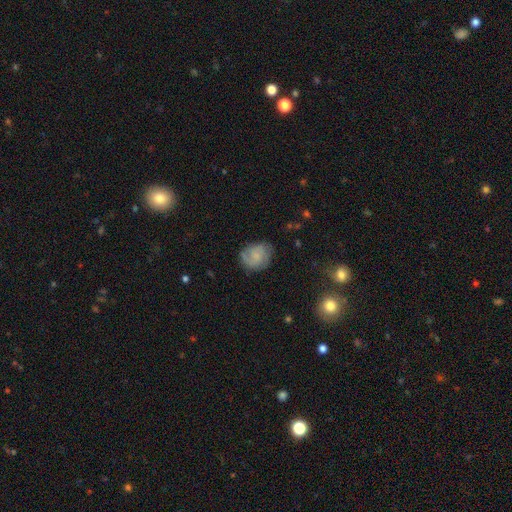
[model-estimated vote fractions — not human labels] smooth-or-featured: featured or disk: 52% | smooth: 40% | star or artifact: 8%
  disk-edge-on: no: 98% | yes: 2%
    bar: no: 66% | weak: 30% | strong: 4%
    has-spiral-arms: yes: 88% | no: 12%
    bulge-size: none: 42% | small: 36% | moderate: 18% | large: 4% | dominant: 1%
  merging: none: 71% | minor disturbance: 20% | major disturbance: 8% | merger: 1%